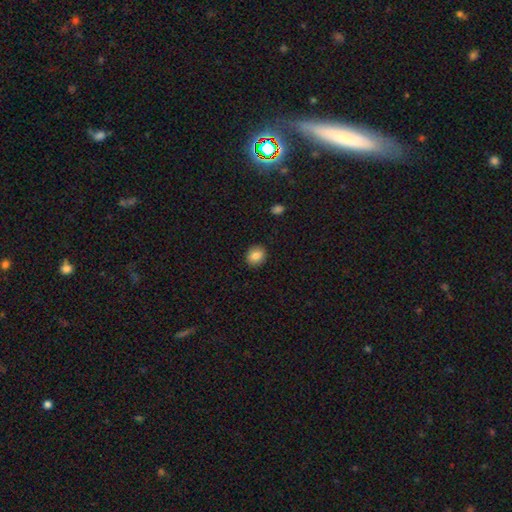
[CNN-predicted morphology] smooth-or-featured: smooth: 84% | star or artifact: 9% | featured or disk: 7%
  how-rounded: round: 74% | in between: 25% | cigar-shaped: 1%
  merging: none: 91% | minor disturbance: 6% | major disturbance: 2% | merger: 1%